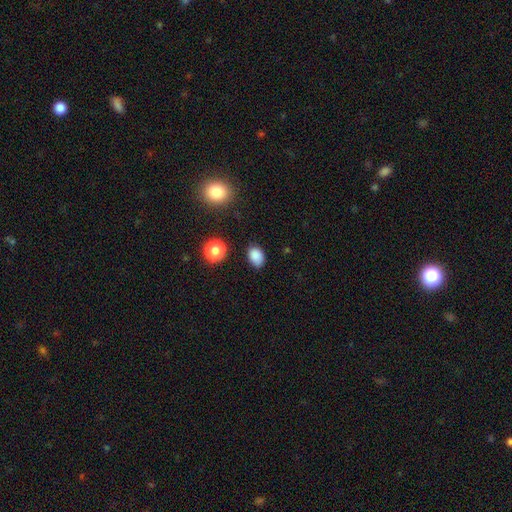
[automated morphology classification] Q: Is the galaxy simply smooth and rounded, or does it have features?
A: smooth — 85%.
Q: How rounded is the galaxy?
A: in between — 76%.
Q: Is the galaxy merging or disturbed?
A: none — 80%.